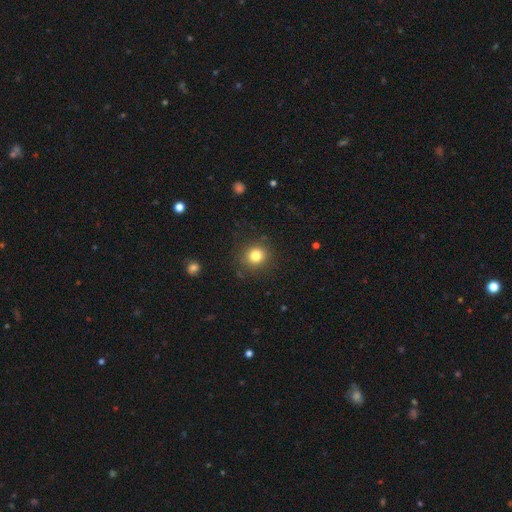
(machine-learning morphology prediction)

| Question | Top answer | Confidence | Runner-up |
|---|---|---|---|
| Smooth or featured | smooth | 82% | star or artifact (12%) |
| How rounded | round | 86% | in between (13%) |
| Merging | none | 87% | minor disturbance (9%) |